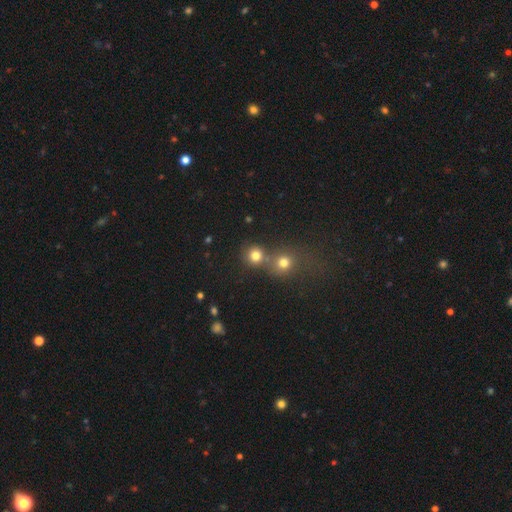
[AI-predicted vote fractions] The model was most divided on "merging": none: 59%, merger: 31%, minor disturbance: 6%, major disturbance: 3%. More confident: how rounded — round (90%); smooth or featured — smooth (77%).